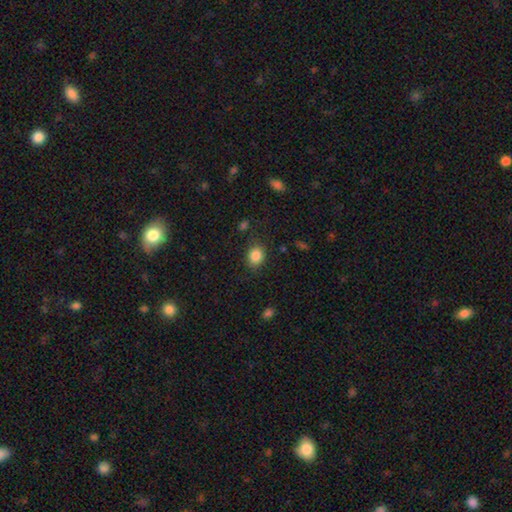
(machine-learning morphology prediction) type=smooth (86%); roundness=round (52%); merging=none (82%).